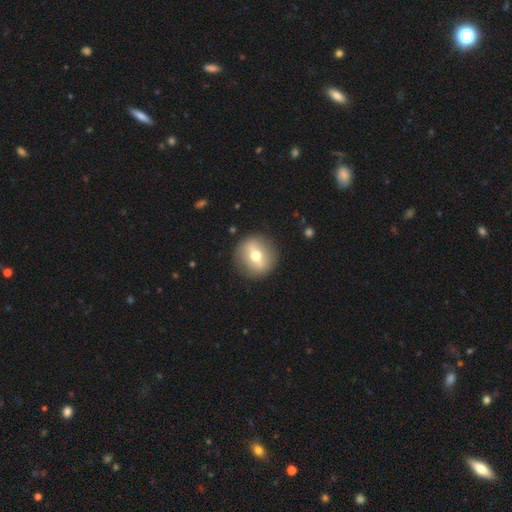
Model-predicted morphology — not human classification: A smooth galaxy with no disk features (48%).

Vote fractions:
- Smooth or featured? smooth: 48% / featured or disk: 44% / star or artifact: 8%
- Merging? none: 89% / minor disturbance: 7% / major disturbance: 3% / merger: 1%